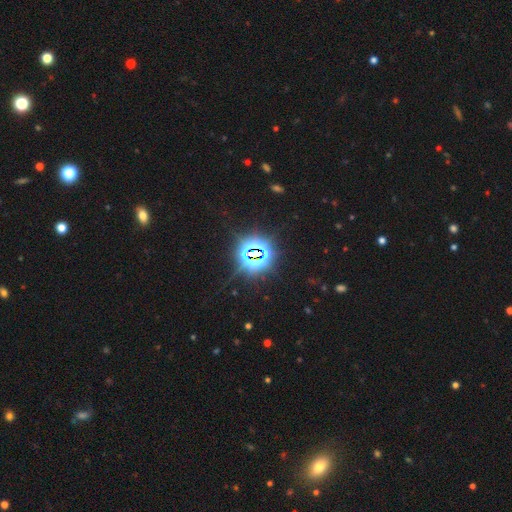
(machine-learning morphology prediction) Smooth or featured? Predicted: star or artifact (p=0.84).